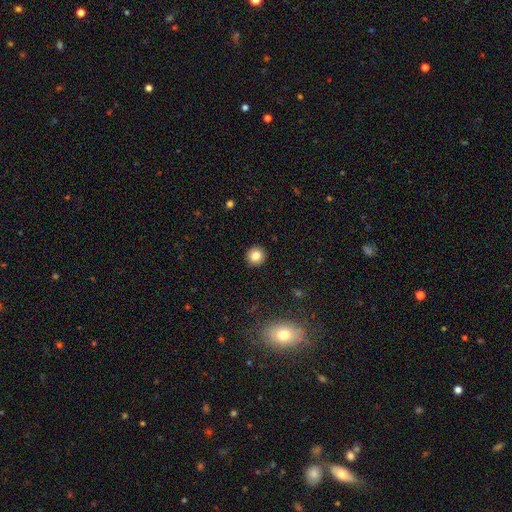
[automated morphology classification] smooth 82%, star or artifact 11%, featured or disk 7%. Down the decision tree: how rounded — round (93%); merging — none (93%).